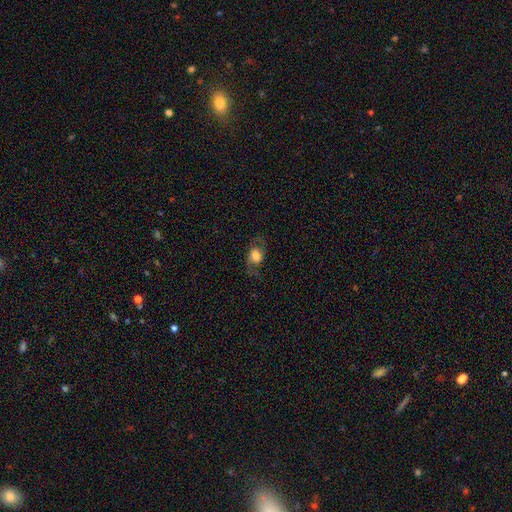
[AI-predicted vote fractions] Smooth or featured? smooth (55%)
How rounded? in between (66%)
Merging? none (66%)